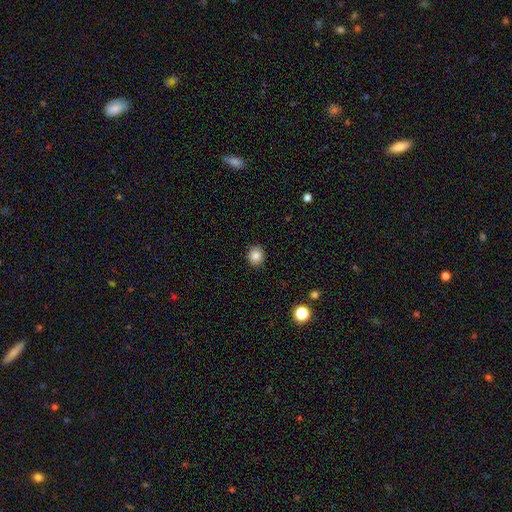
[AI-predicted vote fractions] A smooth galaxy with no disk features (84%) that is round (77%). Merging: none (90%).